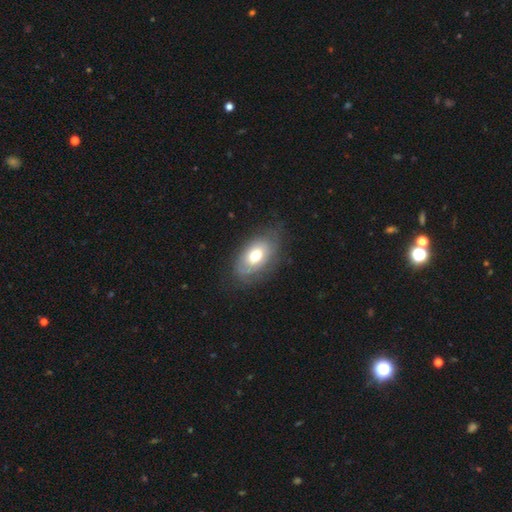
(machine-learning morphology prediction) Overall: smooth (56%; featured or disk 37%). How rounded: in between (90%). Merging: none (69%).